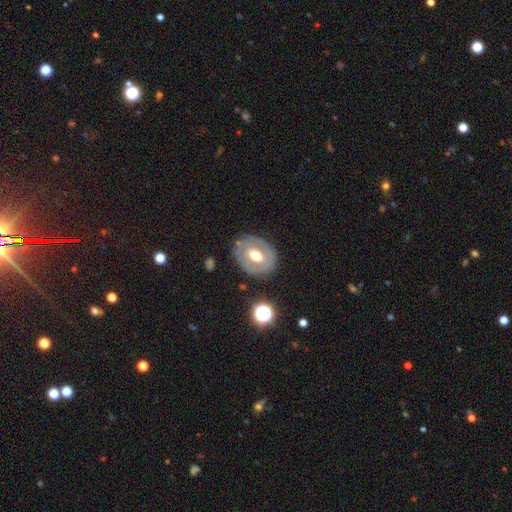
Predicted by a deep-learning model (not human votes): This is possibly a featured or disk galaxy (56%). It is clearly not viewed edge-on (94%). Bar: possibly no (51%). Spiral arm pattern: likely no (77%). Central bulge: likely moderate (69%). Merging: likely none (76%).